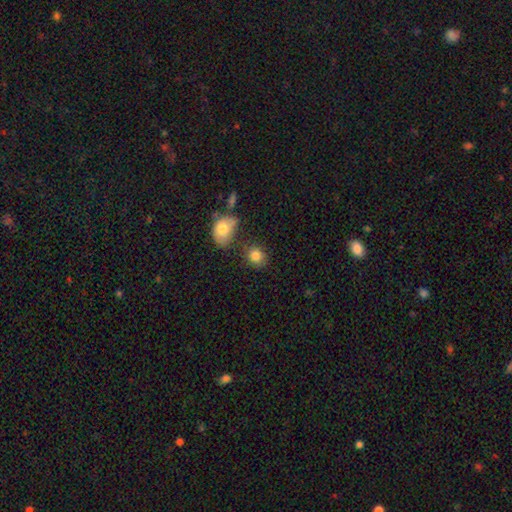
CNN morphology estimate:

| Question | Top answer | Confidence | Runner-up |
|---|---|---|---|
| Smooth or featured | smooth | 83% | star or artifact (9%) |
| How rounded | round | 56% | in between (43%) |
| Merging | none | 67% | minor disturbance (15%) |